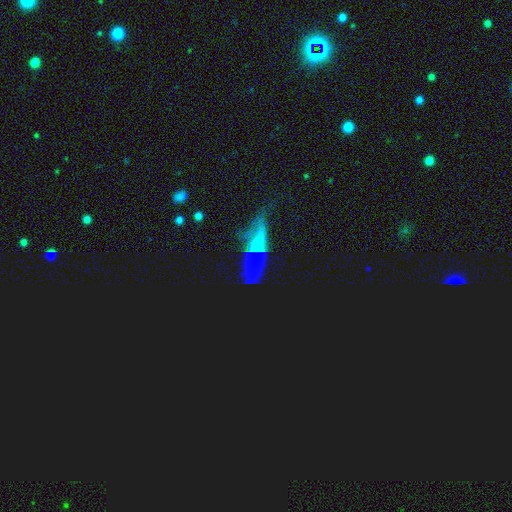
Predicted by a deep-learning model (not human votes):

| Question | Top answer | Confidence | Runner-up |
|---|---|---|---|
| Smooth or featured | smooth | 38% | featured or disk (32%) |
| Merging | none | 57% | minor disturbance (23%) |